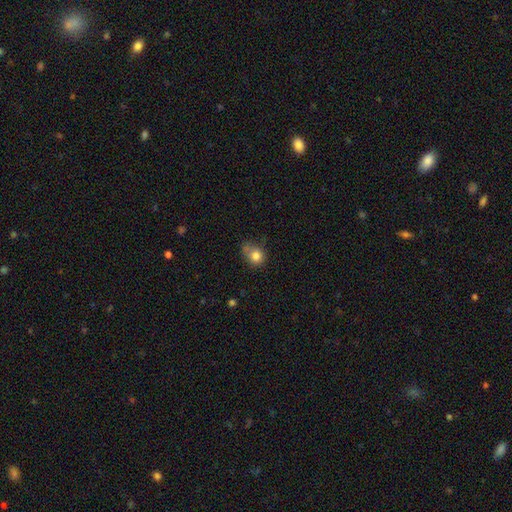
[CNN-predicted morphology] type=smooth (81%); roundness=round (64%); merging=none (41%).